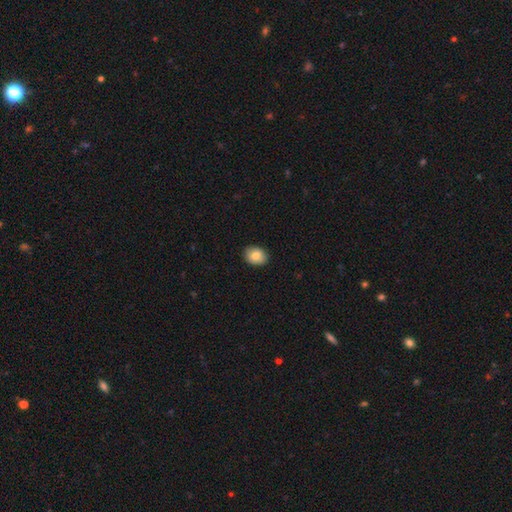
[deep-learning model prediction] The model was most divided on "how rounded": in between: 56%, round: 43%, cigar-shaped: 1%. More confident: merging — none (90%); smooth or featured — smooth (83%).